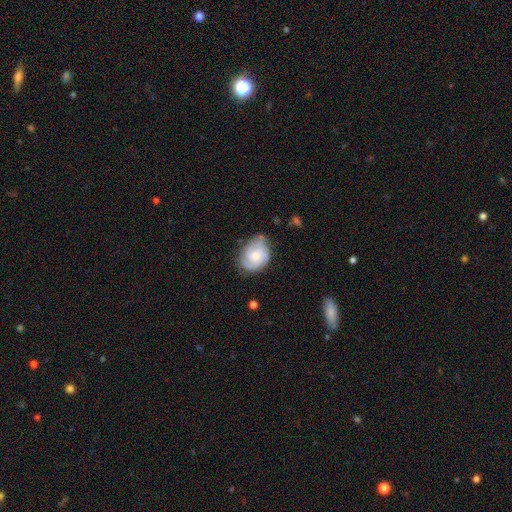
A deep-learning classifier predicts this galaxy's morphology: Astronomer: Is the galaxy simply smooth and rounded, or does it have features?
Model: featured or disk — 63%.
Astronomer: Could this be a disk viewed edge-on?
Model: no — 97%.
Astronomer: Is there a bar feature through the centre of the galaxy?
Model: no — 71%.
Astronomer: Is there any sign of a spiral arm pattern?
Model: yes — 90%.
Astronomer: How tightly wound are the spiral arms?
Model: tight — 52% (runner-up: medium, 37%).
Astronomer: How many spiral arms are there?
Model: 2 — 39% (runner-up: can't tell, 26%).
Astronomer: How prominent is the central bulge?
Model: moderate — 49% (runner-up: small, 30%).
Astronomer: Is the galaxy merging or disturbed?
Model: none — 63%.